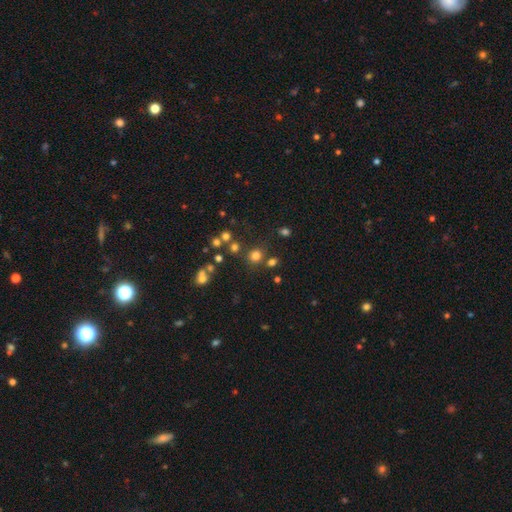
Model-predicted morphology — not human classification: Q: Smooth or featured?
A: smooth (73%); runner-up: star or artifact (20%)
Q: How rounded?
A: round (86%); runner-up: in between (13%)
Q: Merging?
A: none (78%); runner-up: merger (10%)